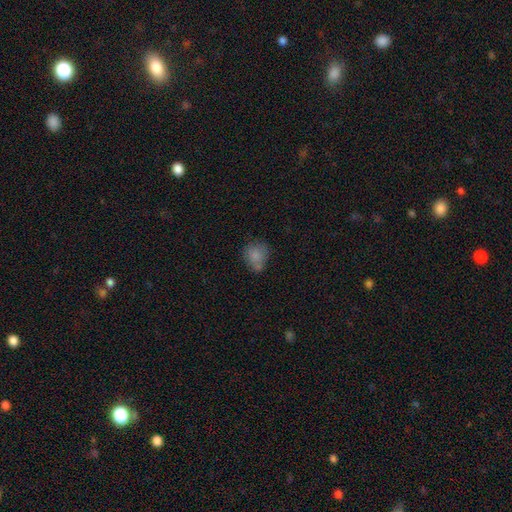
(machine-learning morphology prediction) Smooth or featured? smooth (80%)
How rounded? round (66%)
Merging? none (50%)